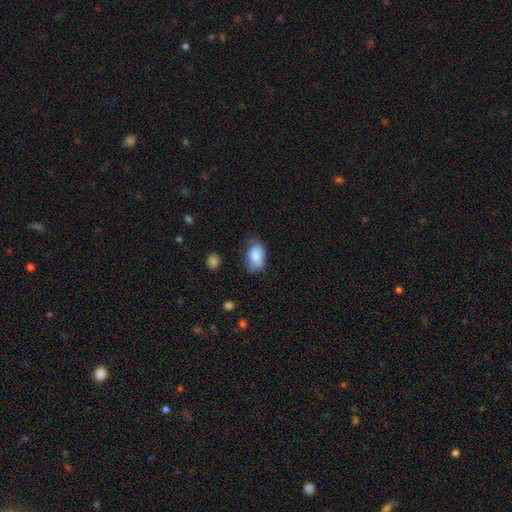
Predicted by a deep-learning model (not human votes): smooth_or_featured: smooth (p=0.82) [alt: featured or disk p=0.11]
how_rounded: in between (p=0.88) [alt: round p=0.11]
merging: none (p=0.52) [alt: minor disturbance p=0.35]